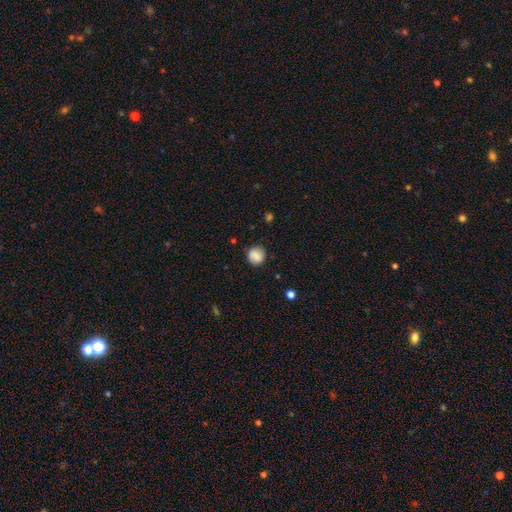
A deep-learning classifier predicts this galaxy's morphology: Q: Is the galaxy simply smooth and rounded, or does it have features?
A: smooth — 87%.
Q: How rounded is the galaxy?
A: round — 89%.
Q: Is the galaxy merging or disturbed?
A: none — 84%.